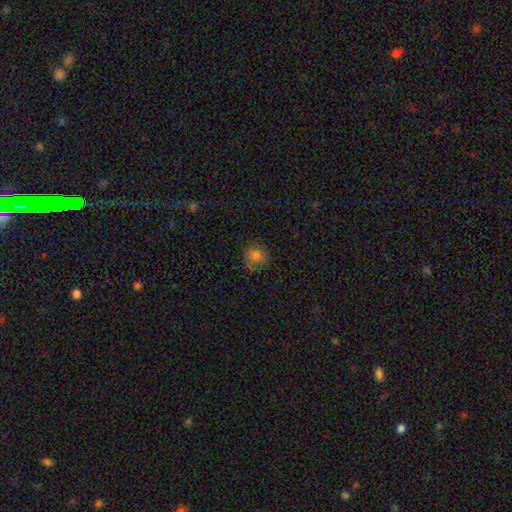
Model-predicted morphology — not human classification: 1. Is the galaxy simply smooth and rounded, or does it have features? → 76% smooth, 13% star or artifact, 11% featured or disk.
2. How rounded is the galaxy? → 88% round, 11% in between, 1% cigar-shaped.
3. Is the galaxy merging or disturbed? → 78% none, 16% minor disturbance, 5% major disturbance, 1% merger.